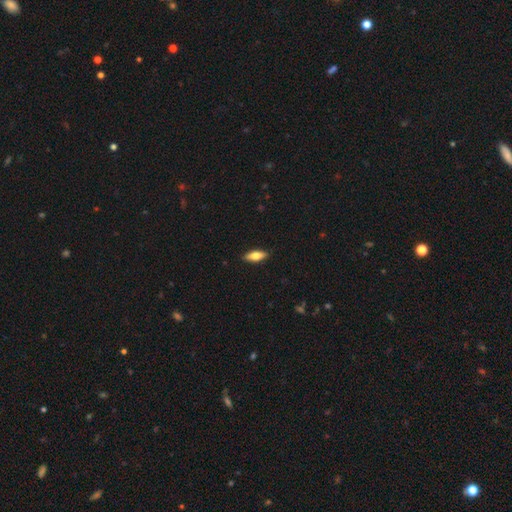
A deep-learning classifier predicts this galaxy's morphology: This appears to be a smooth galaxy with no disk features (67%) that is in between round and cigar-shaped (67%). Merging: none (89%).